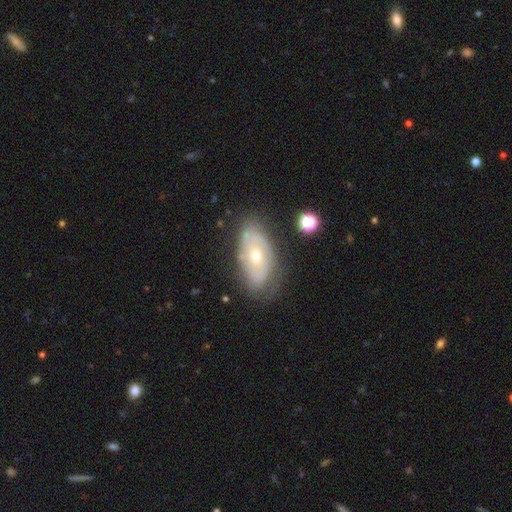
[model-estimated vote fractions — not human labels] smooth-or-featured: featured or disk: 59% | smooth: 33% | star or artifact: 8%
  disk-edge-on: no: 89% | yes: 11%
    bar: no: 81% | weak: 15% | strong: 4%
    has-spiral-arms: yes: 55% | no: 45%
    bulge-size: moderate: 52% | small: 45% | large: 2% | none: 1% | dominant: 1%
  merging: none: 66% | minor disturbance: 24% | major disturbance: 8% | merger: 2%